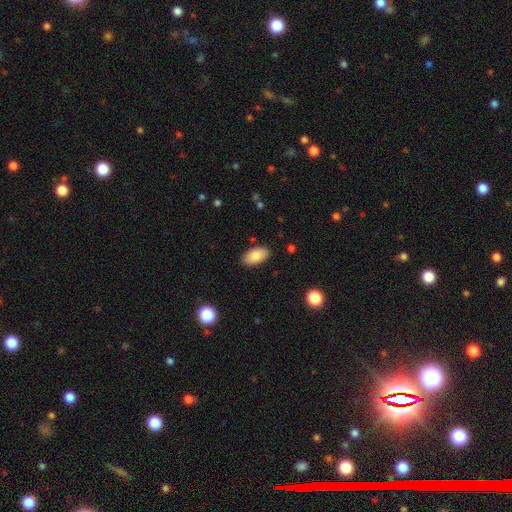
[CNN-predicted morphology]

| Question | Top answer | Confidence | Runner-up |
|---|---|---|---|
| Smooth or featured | smooth | 85% | featured or disk (8%) |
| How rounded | in between | 95% | round (3%) |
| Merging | none | 87% | minor disturbance (10%) |